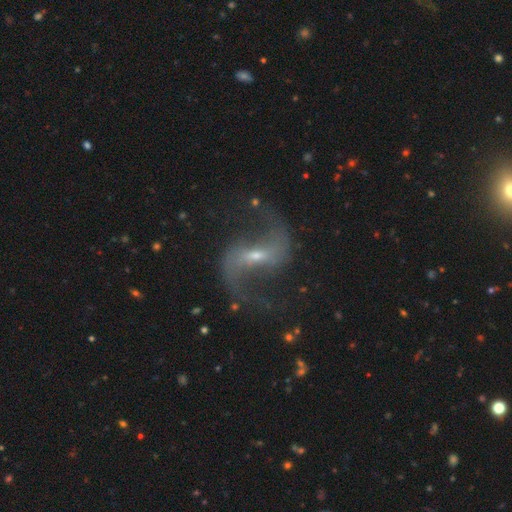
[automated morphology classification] Smooth or featured? Predicted: featured or disk (p=0.91). Edge-on disk? Predicted: no (p=0.97). Bar? Predicted: weak (p=0.43). Spiral arms? Predicted: yes (p=0.97). Spiral winding? Predicted: loose (p=0.76). Spiral arm count? Predicted: 2 (p=0.94). Bulge size? Predicted: small (p=0.64). Merging? Predicted: none (p=0.76).